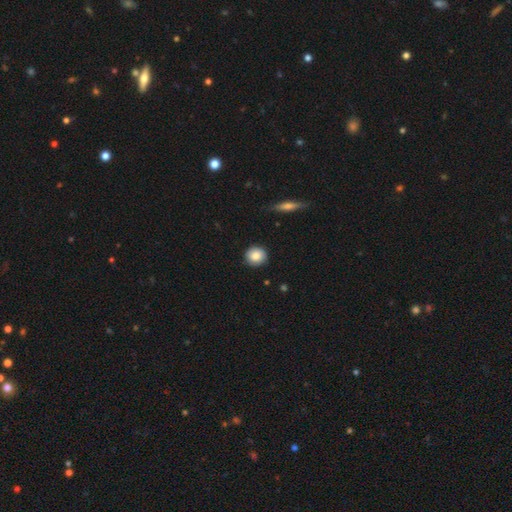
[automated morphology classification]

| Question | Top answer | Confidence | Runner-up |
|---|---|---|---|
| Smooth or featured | smooth | 85% | featured or disk (8%) |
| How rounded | round | 91% | in between (8%) |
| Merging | none | 88% | minor disturbance (9%) |